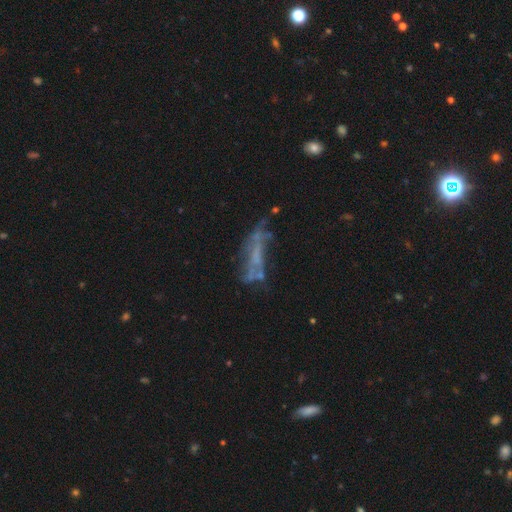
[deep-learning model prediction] This appears to be a featured or disk galaxy (58%). Merging: none (40%).